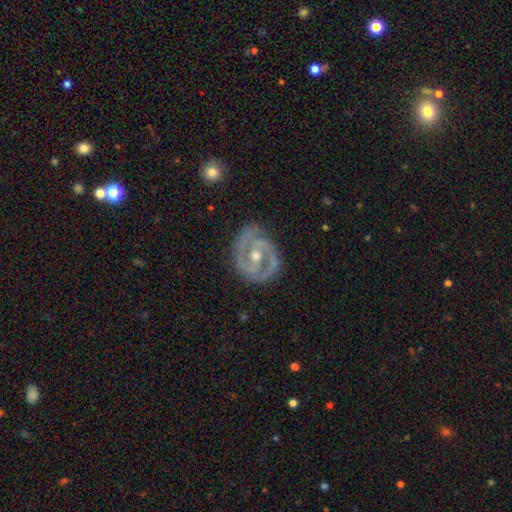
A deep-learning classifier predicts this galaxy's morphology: Q: Smooth or featured?
A: featured or disk (91%); runner-up: star or artifact (5%)
Q: Edge-on disk?
A: no (98%); runner-up: yes (2%)
Q: Bar?
A: no (38%); runner-up: weak (37%)
Q: Spiral arms?
A: yes (97%); runner-up: no (3%)
Q: Spiral winding?
A: tight (54%); runner-up: medium (39%)
Q: Spiral arm count?
A: 2 (86%); runner-up: 3 (5%)
Q: Bulge size?
A: moderate (62%); runner-up: small (35%)
Q: Merging?
A: none (76%); runner-up: minor disturbance (17%)